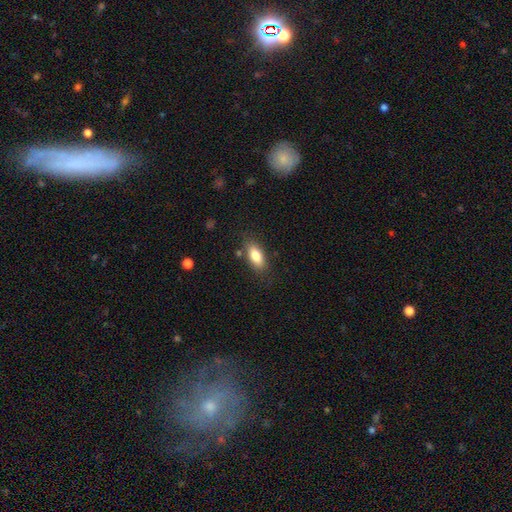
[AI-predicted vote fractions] Overall: smooth (79%). How rounded: in between (85%). Merging: none (81%).